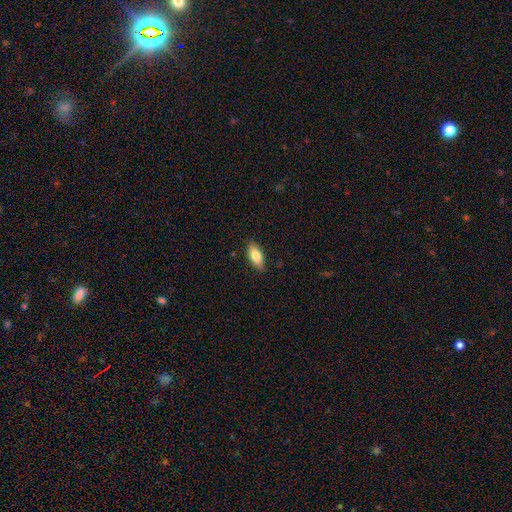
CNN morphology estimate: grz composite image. It shows a smooth galaxy with no disk features (77%) that is in between round and cigar-shaped (82%). Merging: none (85%).